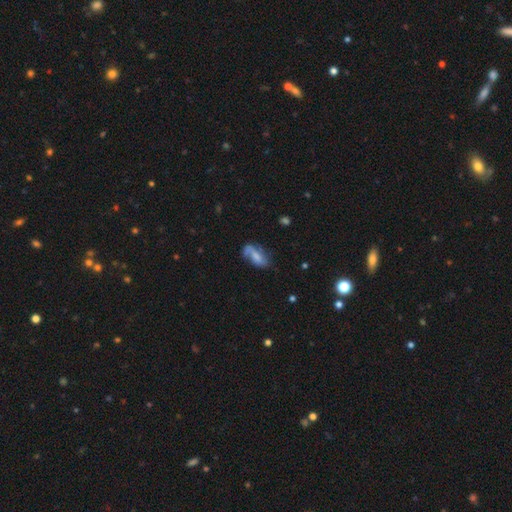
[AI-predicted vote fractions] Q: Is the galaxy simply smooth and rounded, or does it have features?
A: featured or disk — 48%.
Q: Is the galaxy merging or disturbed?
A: none — 46%.